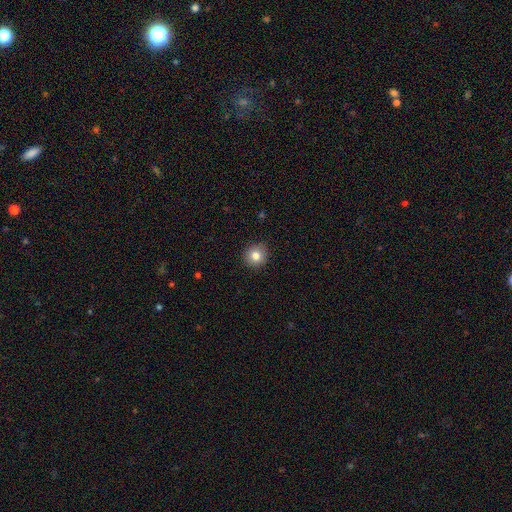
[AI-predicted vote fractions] Smooth or featured? Predicted: smooth (p=0.82). How rounded? Predicted: round (p=0.91). Merging? Predicted: none (p=0.90).